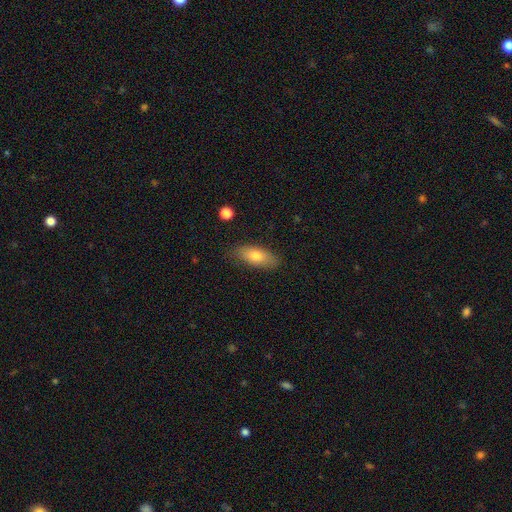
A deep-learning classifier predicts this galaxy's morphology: Smooth or featured: smooth — 76% (featured or disk — 17%)
How rounded: in between — 78% (cigar-shaped — 19%)
Merging: none — 83% (minor disturbance — 13%)